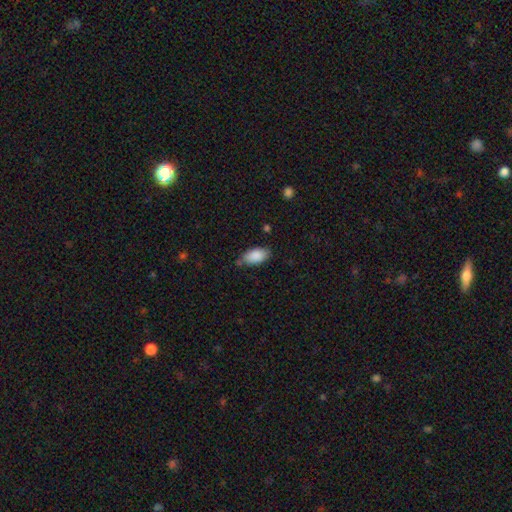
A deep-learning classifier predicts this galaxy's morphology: Smooth or featured?
  - smooth: 88% *
  - star or artifact: 7%
  - featured or disk: 5%
How rounded?
  - in between: 93% *
  - cigar-shaped: 4%
  - round: 3%
Merging?
  - none: 71% *
  - minor disturbance: 22%
  - major disturbance: 4%
  - merger: 3%